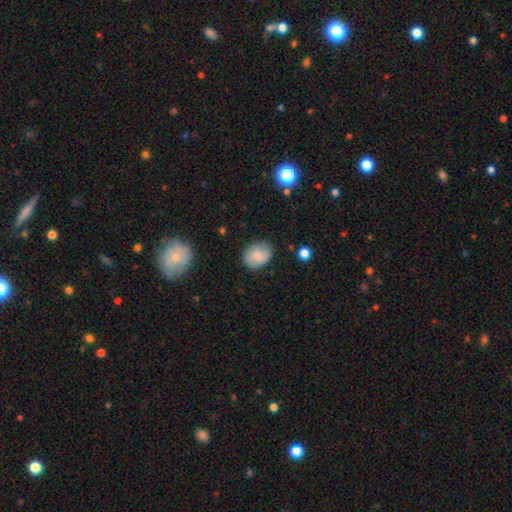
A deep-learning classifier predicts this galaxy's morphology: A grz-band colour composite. It shows a smooth galaxy with no disk features (77%) that is in between round and cigar-shaped (55%). Merging: none (78%).